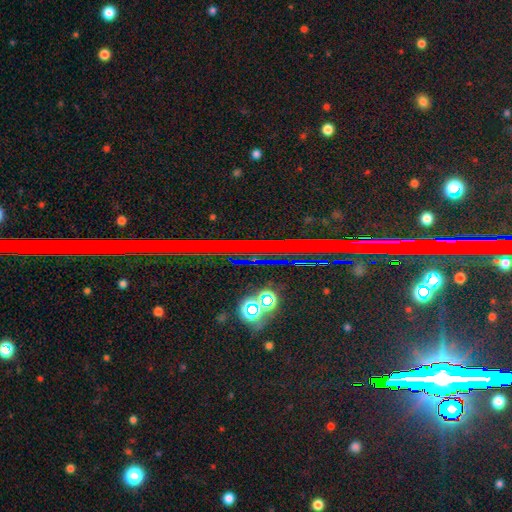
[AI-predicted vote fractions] Smooth or featured? Predicted: star or artifact (p=0.81).